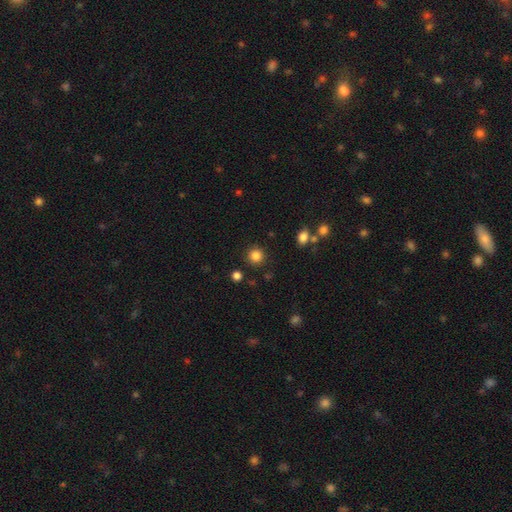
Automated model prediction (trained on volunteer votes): Smooth or featured?
  - smooth: 84% *
  - star or artifact: 12%
  - featured or disk: 4%
How rounded?
  - round: 93% *
  - in between: 6%
  - cigar-shaped: 1%
Merging?
  - none: 89% *
  - minor disturbance: 6%
  - major disturbance: 3%
  - merger: 2%